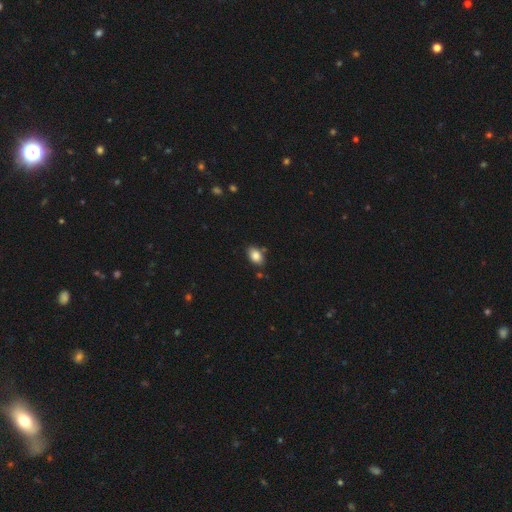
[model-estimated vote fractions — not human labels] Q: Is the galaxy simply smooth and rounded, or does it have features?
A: smooth — 84%.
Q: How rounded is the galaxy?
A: in between — 86%.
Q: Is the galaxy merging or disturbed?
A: none — 79%.